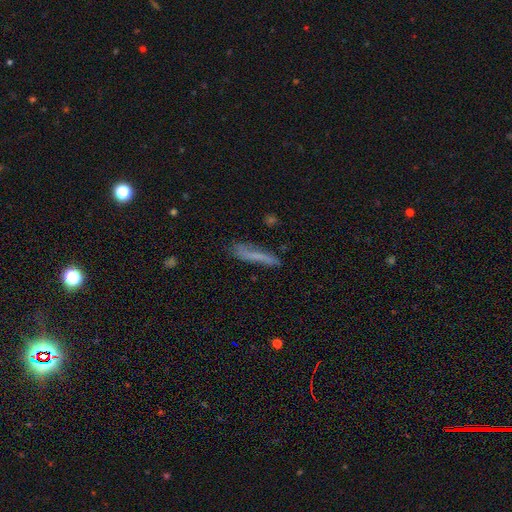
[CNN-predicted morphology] type=smooth (55%); roundness=cigar-shaped (89%); merging=none (65%).